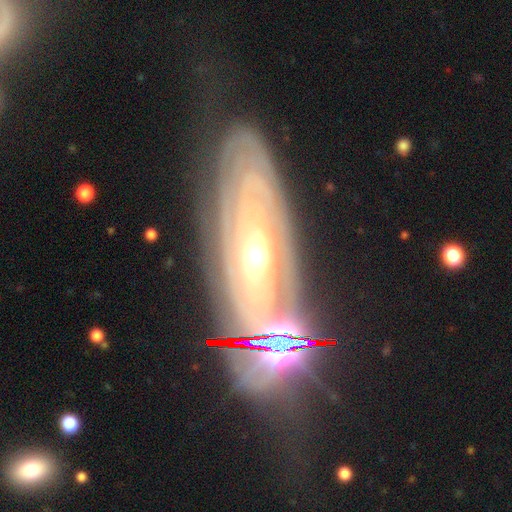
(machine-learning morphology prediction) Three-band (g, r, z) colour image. It shows a featured or disk galaxy (80%) with no bar (69%), tight (75%) spiral arms (79%) and a moderate central bulge (48%). Merging: none (60%).